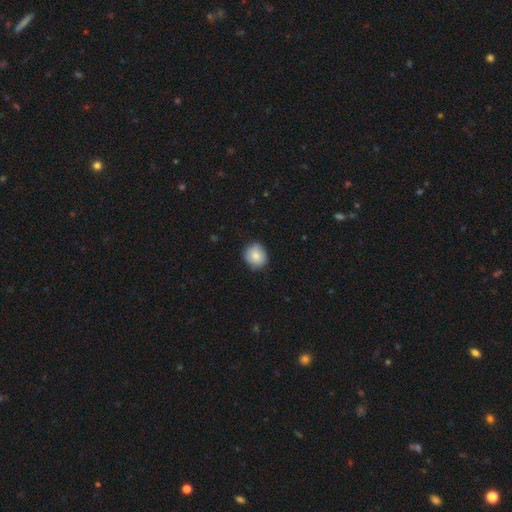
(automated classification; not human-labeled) A smooth galaxy with no disk features (85%) that is round (79%). Merging: none (84%).